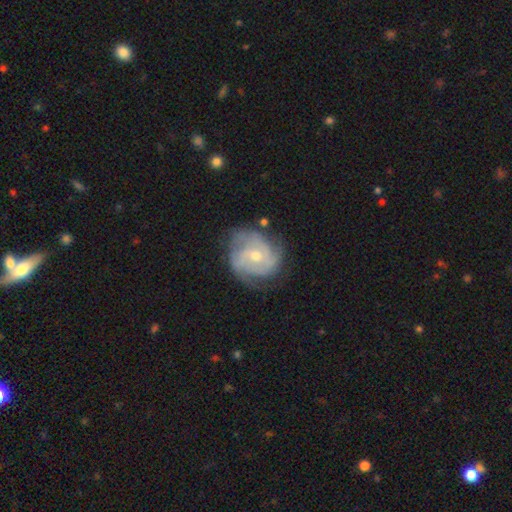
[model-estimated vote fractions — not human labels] Q: Smooth or featured?
A: featured or disk (84%); runner-up: smooth (10%)
Q: Edge-on disk?
A: no (98%); runner-up: yes (2%)
Q: Bar?
A: no (58%); runner-up: weak (35%)
Q: Spiral arms?
A: yes (95%); runner-up: no (5%)
Q: Spiral winding?
A: tight (58%); runner-up: medium (34%)
Q: Spiral arm count?
A: 3 (39%); runner-up: can't tell (21%)
Q: Bulge size?
A: moderate (53%); runner-up: small (44%)
Q: Merging?
A: none (71%); runner-up: minor disturbance (21%)